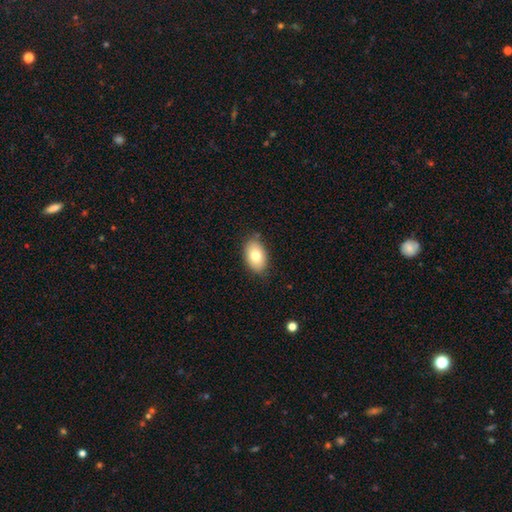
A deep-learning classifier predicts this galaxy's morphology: A smooth galaxy with no disk features (80%) that is in between round and cigar-shaped (92%). Merging: none (81%).